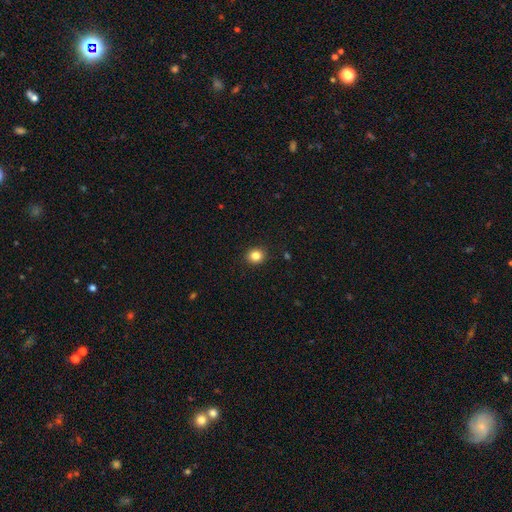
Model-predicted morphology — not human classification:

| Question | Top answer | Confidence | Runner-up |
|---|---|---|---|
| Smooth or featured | smooth | 84% | star or artifact (11%) |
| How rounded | round | 82% | in between (18%) |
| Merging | none | 92% | minor disturbance (6%) |